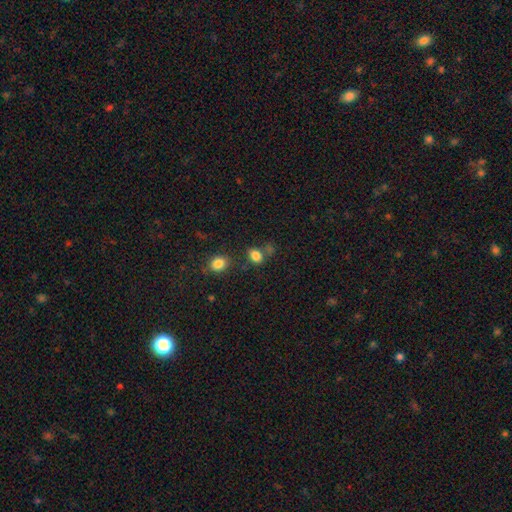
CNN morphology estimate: This is clearly a smooth galaxy (82%). How rounded: likely in between (67%). Merging: likely none (62%).